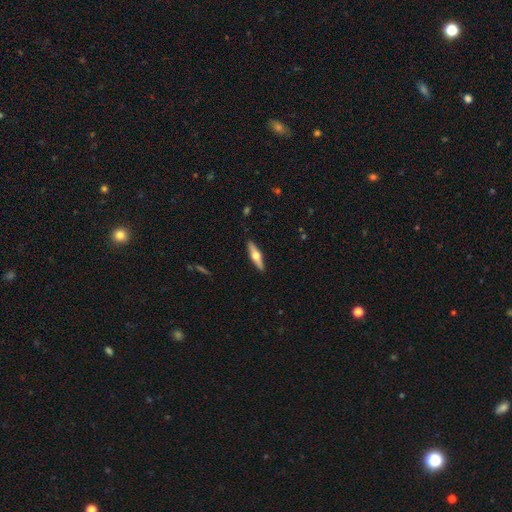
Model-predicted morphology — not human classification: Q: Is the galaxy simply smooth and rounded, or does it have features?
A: featured or disk — 55%.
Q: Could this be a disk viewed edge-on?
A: yes — 92%.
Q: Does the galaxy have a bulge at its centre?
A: rounded — 94%.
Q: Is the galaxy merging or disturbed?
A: none — 90%.